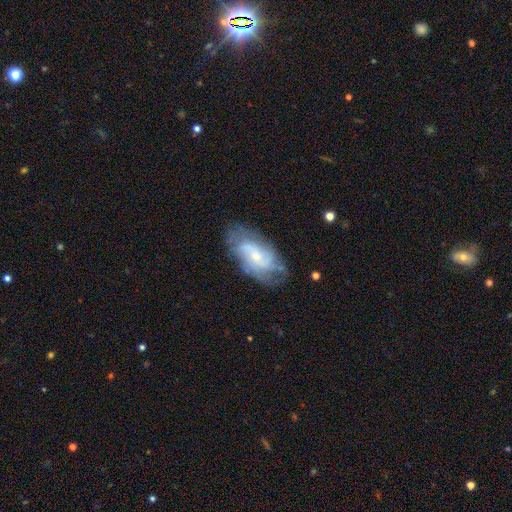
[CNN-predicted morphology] Smooth or featured?
  - featured or disk: 70% *
  - smooth: 23%
  - star or artifact: 8%
Edge-on disk?
  - no: 94% *
  - yes: 6%
Bar?
  - no: 60% *
  - weak: 33%
  - strong: 7%
Spiral arms?
  - yes: 86% *
  - no: 14%
Spiral winding?
  - medium: 41% *
  - tight: 39%
  - loose: 20%
Spiral arm count?
  - can't tell: 40% *
  - 2: 31%
  - 3: 14%
  - 4: 7%
  - 1: 4%
  - more than 4: 4%
Bulge size?
  - small: 65% *
  - moderate: 27%
  - none: 4%
  - large: 2%
  - dominant: 1%
Merging?
  - none: 69% *
  - minor disturbance: 20%
  - major disturbance: 9%
  - merger: 2%